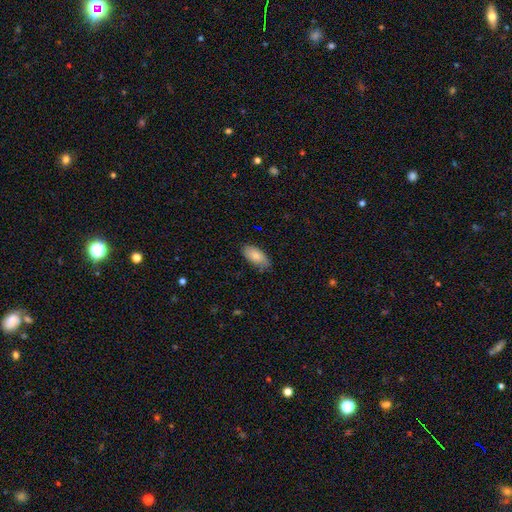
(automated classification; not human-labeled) Overall: smooth (80%). How rounded: in between (93%). Merging: none (76%).